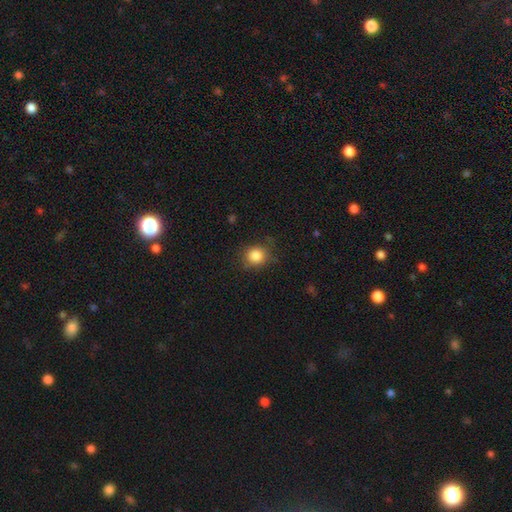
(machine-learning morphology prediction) type=smooth (85%); roundness=round (83%); merging=none (78%).